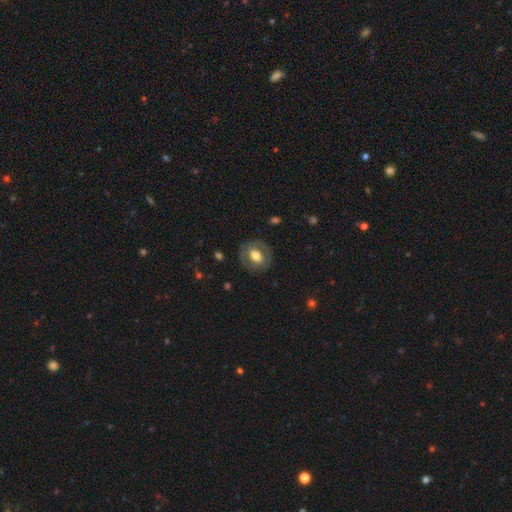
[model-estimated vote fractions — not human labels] The model was most divided on "smooth or featured": smooth: 53%, featured or disk: 41%, star or artifact: 6%. More confident: merging — none (80%); how rounded — round (62%).